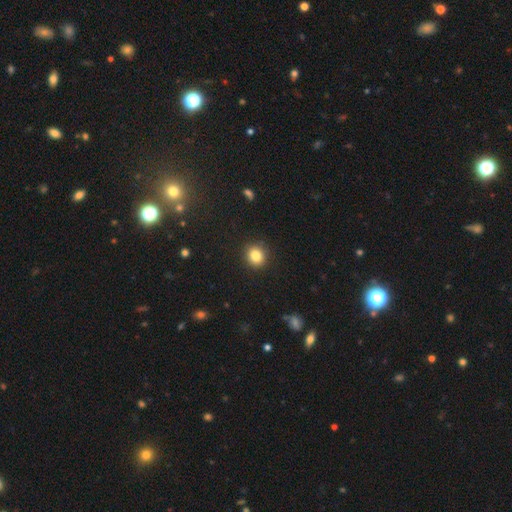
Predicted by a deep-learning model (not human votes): Q: Smooth or featured?
A: smooth (84%); runner-up: star or artifact (10%)
Q: How rounded?
A: round (80%); runner-up: in between (19%)
Q: Merging?
A: none (90%); runner-up: minor disturbance (7%)